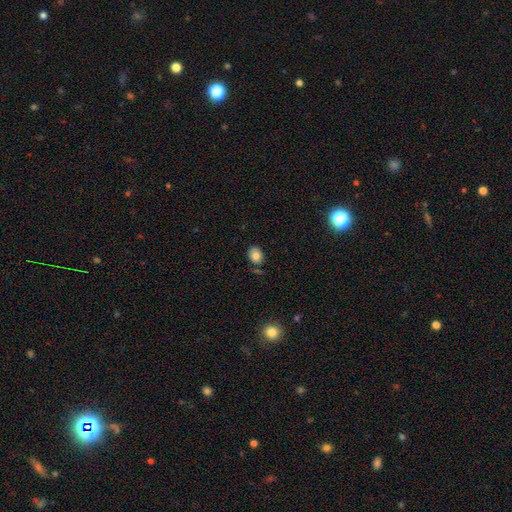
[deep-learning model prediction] Smooth or featured? smooth (78%)
How rounded? in between (52%)
Merging? none (75%)